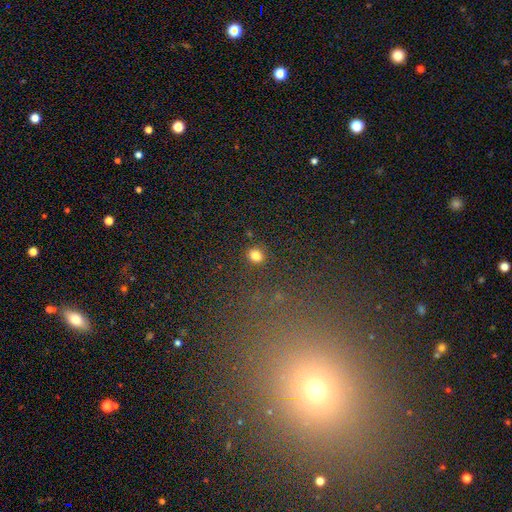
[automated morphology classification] This is clearly a smooth galaxy (81%). How rounded: likely round (70%). Merging: clearly none (87%).